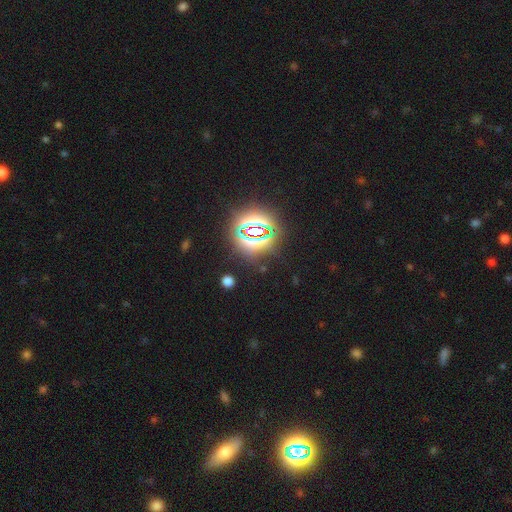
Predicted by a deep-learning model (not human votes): smooth_or_featured: star or artifact (p=0.74) [alt: smooth p=0.19]